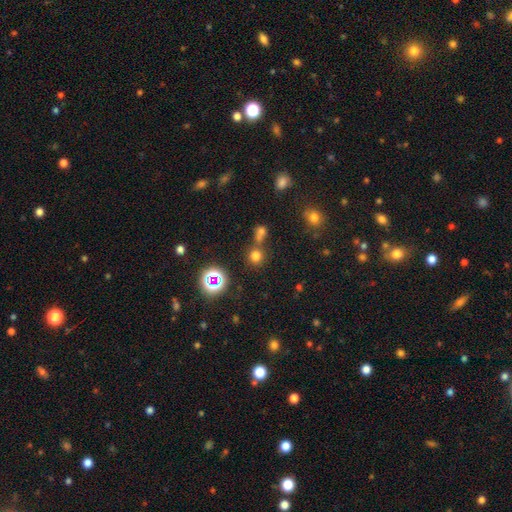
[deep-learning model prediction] Morphology: type=smooth (68%); roundness=round (91%); merging=none (67%).